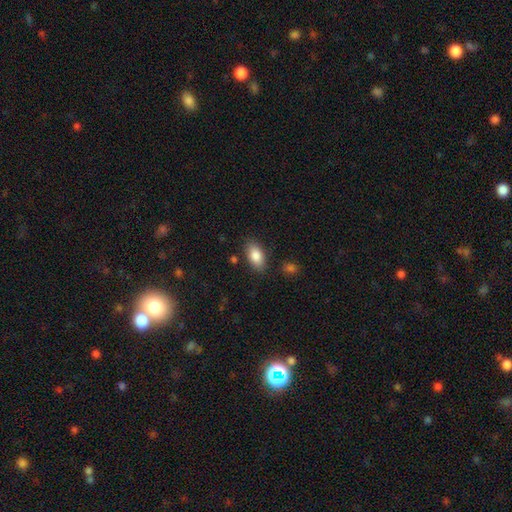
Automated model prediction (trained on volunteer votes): Smooth or featured? smooth (85%)
How rounded? in between (92%)
Merging? none (83%)